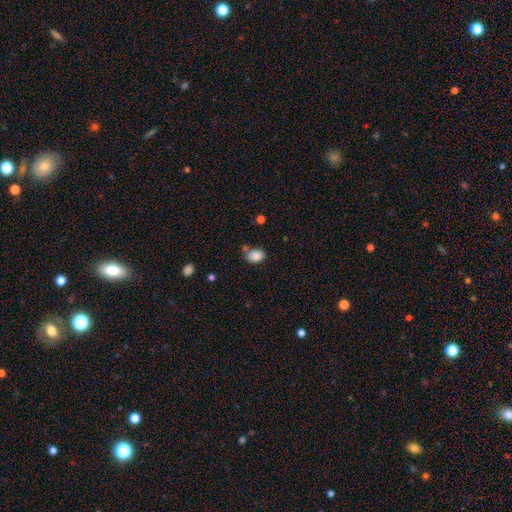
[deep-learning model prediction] Smooth or featured?
  - smooth: 86% *
  - star or artifact: 9%
  - featured or disk: 5%
How rounded?
  - in between: 70% *
  - round: 29%
  - cigar-shaped: 1%
Merging?
  - none: 66% *
  - minor disturbance: 18%
  - merger: 11%
  - major disturbance: 5%